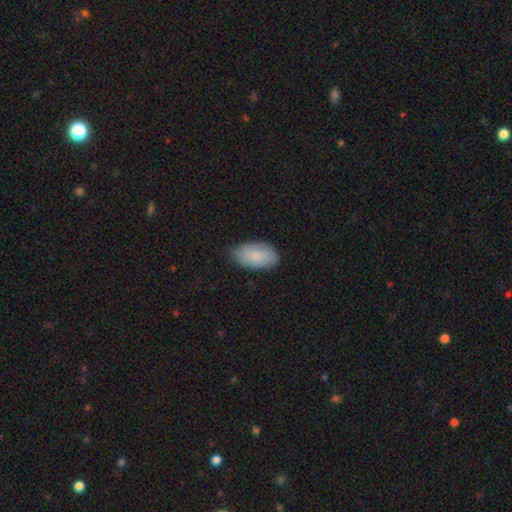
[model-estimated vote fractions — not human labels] smooth_or_featured: smooth (p=0.82) [alt: featured or disk p=0.12]
how_rounded: in between (p=0.95) [alt: round p=0.03]
merging: none (p=0.79) [alt: minor disturbance p=0.17]